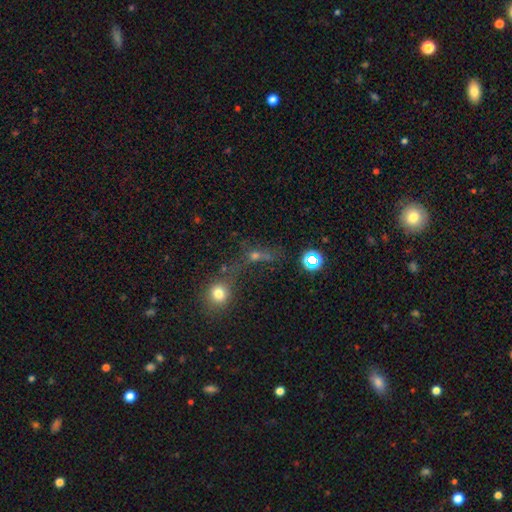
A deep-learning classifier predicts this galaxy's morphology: Smooth or featured? Predicted: smooth (p=0.45). Merging? Predicted: merger (p=0.38).